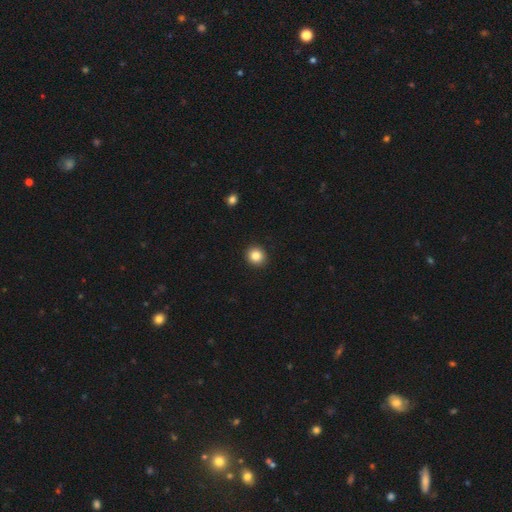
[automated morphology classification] Smooth or featured? Predicted: smooth (p=0.85). How rounded? Predicted: round (p=0.91). Merging? Predicted: none (p=0.93).